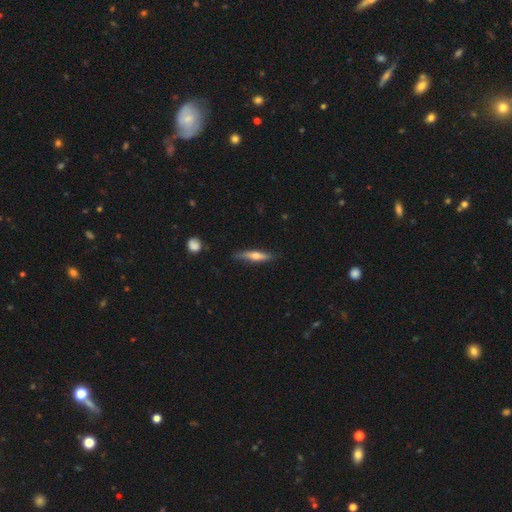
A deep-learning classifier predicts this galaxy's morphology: A smooth galaxy with no disk features (48%).

Vote fractions:
- Smooth or featured? smooth: 48% / featured or disk: 46% / star or artifact: 6%
- Merging? none: 81% / minor disturbance: 15% / major disturbance: 2% / merger: 1%